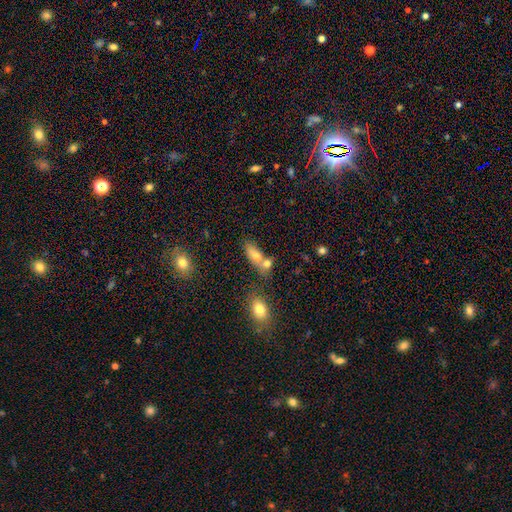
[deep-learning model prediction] Morphology: type=smooth (71%); roundness=in between (76%); merging=none (44%).